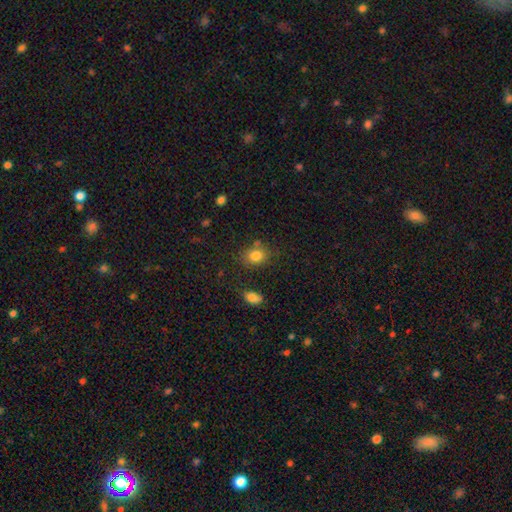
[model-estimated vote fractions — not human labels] This appears to be a smooth galaxy with no disk features (82%) that is in between round and cigar-shaped (53%). Merging: none (70%).